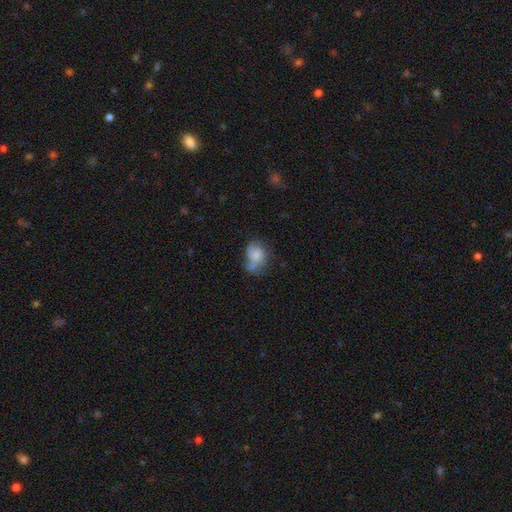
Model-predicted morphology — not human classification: Smooth or featured?
  - smooth: 75% *
  - featured or disk: 16%
  - star or artifact: 9%
How rounded?
  - in between: 59% *
  - round: 40%
  - cigar-shaped: 1%
Merging?
  - none: 33% *
  - minor disturbance: 26%
  - merger: 24%
  - major disturbance: 17%